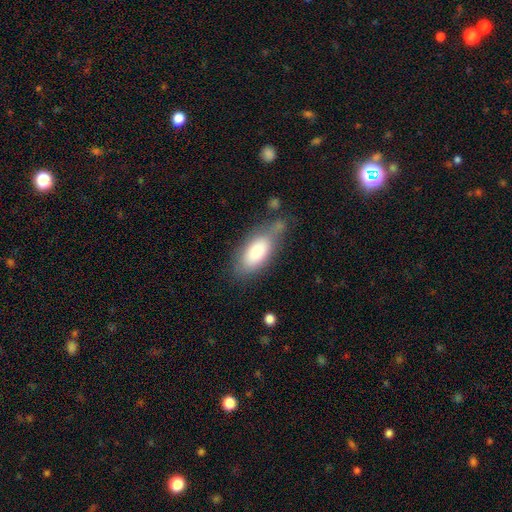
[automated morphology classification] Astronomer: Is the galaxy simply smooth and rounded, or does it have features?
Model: smooth — 74%.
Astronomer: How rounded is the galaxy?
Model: in between — 88%.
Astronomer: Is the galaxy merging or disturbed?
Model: none — 61%.